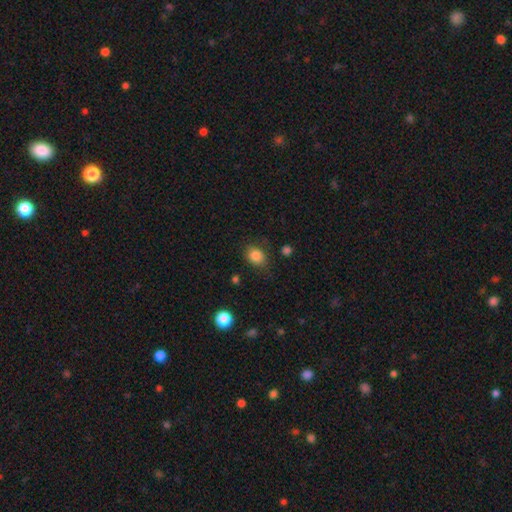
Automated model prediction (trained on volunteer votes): A smooth galaxy with no disk features (85%) that is in between round and cigar-shaped (52%).

Vote fractions:
- Smooth or featured? smooth: 85% / star or artifact: 10% / featured or disk: 5%
- How rounded? in between: 52% / round: 47% / cigar-shaped: 1%
- Merging? none: 76% / minor disturbance: 17% / major disturbance: 5% / merger: 2%